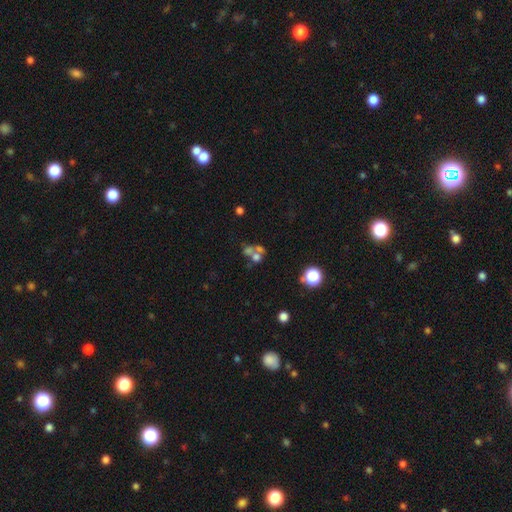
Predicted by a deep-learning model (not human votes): A smooth galaxy with no disk features (52%) that is round (68%).

Vote fractions:
- Smooth or featured? smooth: 52% / featured or disk: 26% / star or artifact: 21%
- How rounded? round: 68% / in between: 30% / cigar-shaped: 2%
- Merging? merger: 56% / none: 29% / major disturbance: 8% / minor disturbance: 7%